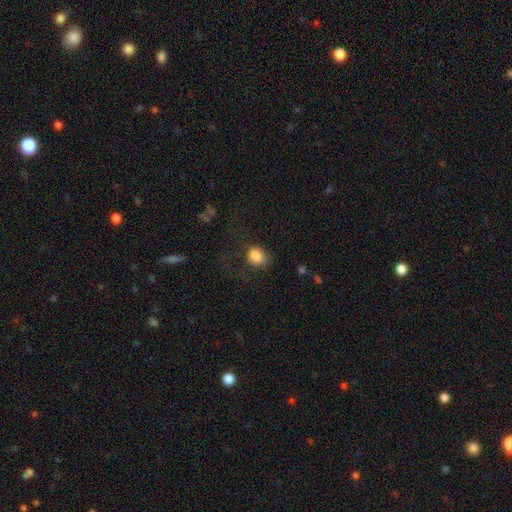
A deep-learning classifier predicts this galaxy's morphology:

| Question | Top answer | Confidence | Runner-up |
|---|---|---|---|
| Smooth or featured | smooth | 84% | star or artifact (9%) |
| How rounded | in between | 61% | round (38%) |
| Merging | none | 56% | minor disturbance (23%) |